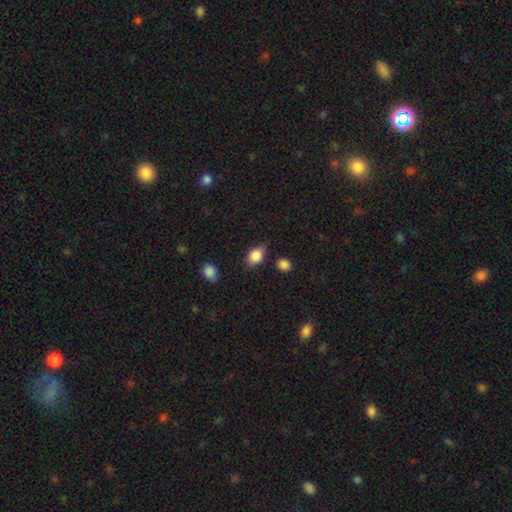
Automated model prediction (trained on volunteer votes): Overall: smooth (83%). How rounded: in between (75%). Merging: none (72%).